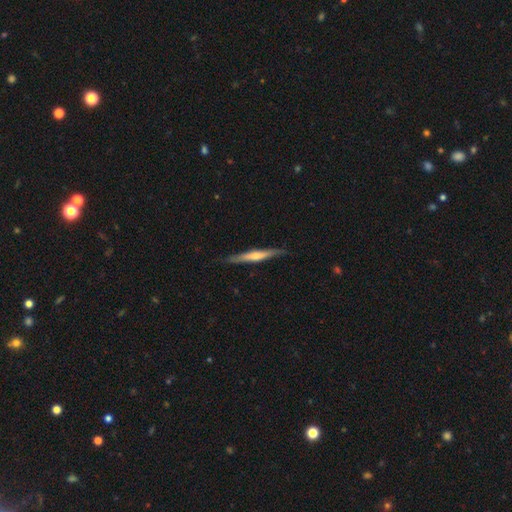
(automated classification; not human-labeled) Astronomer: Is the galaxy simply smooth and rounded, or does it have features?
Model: featured or disk — 65%.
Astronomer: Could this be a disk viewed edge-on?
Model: yes — 97%.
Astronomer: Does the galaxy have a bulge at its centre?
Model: rounded — 74%.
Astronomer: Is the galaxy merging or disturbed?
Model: none — 87%.